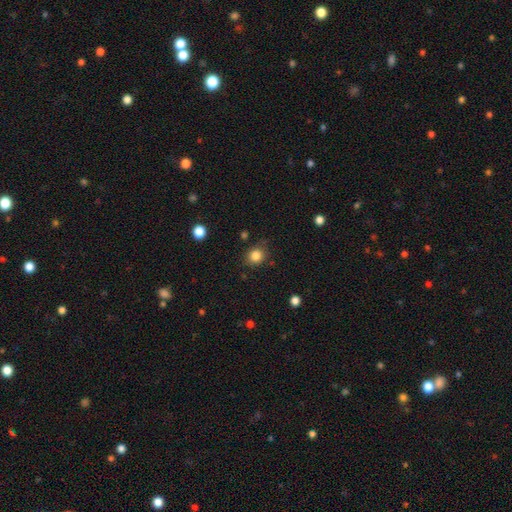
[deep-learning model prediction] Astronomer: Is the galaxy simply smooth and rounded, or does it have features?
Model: smooth — 84%.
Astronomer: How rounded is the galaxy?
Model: round — 76%.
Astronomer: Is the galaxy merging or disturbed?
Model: none — 80%.